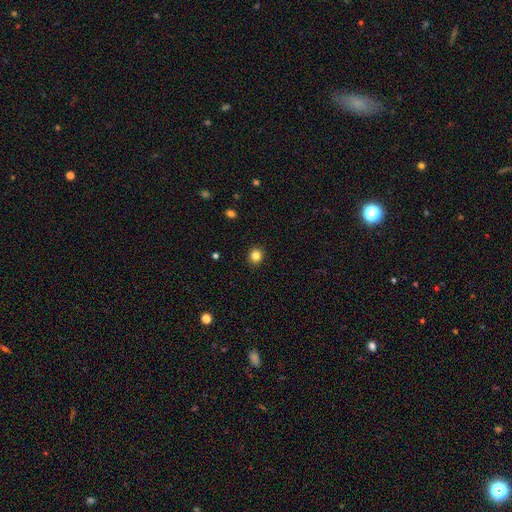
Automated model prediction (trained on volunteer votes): A smooth galaxy with no disk features (83%) that is round (86%). Merging: none (92%).